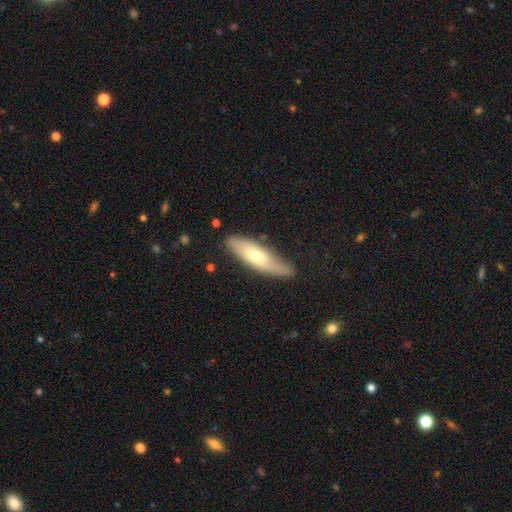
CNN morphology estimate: Overall: smooth (62%; featured or disk 33%). How rounded: cigar-shaped (59%; in between 39%). Merging: none (75%).